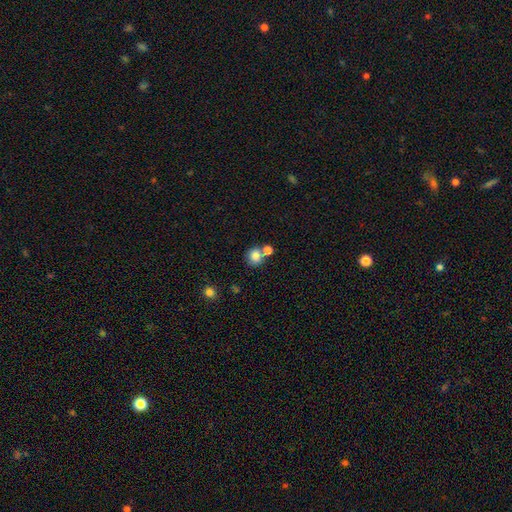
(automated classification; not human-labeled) Overall: smooth (82%). How rounded: round (86%). Merging: none (56%; merger 31%).